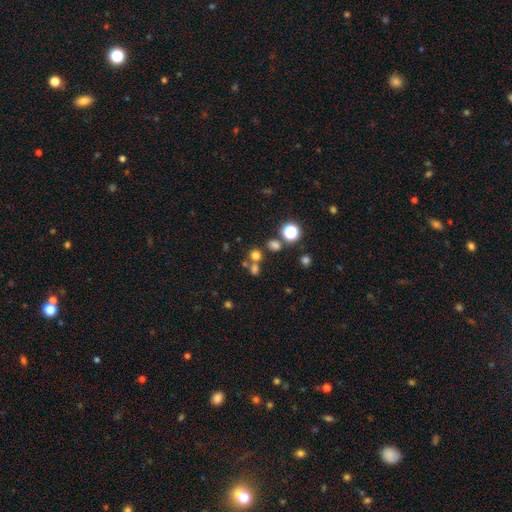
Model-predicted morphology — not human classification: Smooth or featured?
  - smooth: 67% *
  - star or artifact: 25%
  - featured or disk: 8%
How rounded?
  - round: 82% *
  - in between: 16%
  - cigar-shaped: 1%
Merging?
  - none: 60% *
  - merger: 29%
  - minor disturbance: 7%
  - major disturbance: 4%